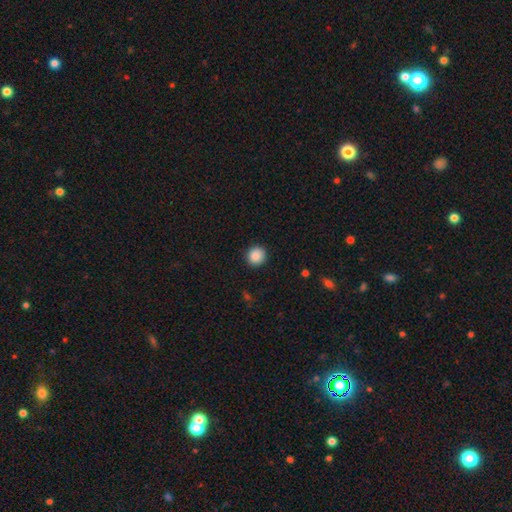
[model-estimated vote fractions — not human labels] smooth_or_featured: smooth (p=0.88) [alt: star or artifact p=0.09]
how_rounded: round (p=0.90) [alt: in between p=0.09]
merging: none (p=0.91) [alt: minor disturbance p=0.06]